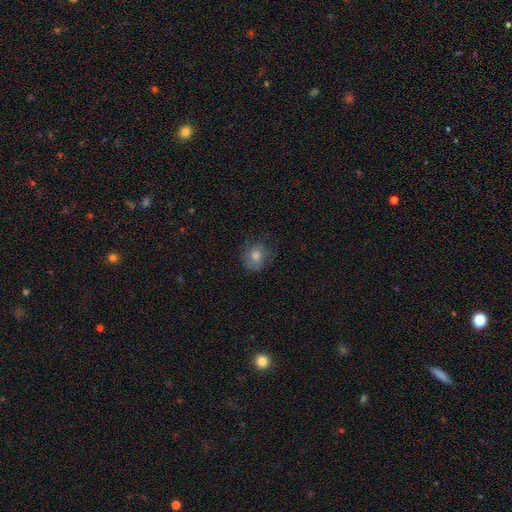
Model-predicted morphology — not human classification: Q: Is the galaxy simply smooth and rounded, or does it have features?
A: smooth — 67%.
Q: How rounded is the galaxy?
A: round — 78%.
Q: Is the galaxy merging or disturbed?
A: none — 74%.